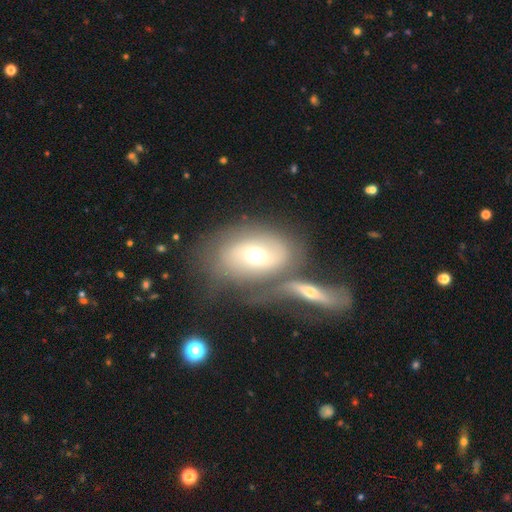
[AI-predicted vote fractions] This is possibly a smooth galaxy (47%). Merging: marginally merger (39%).